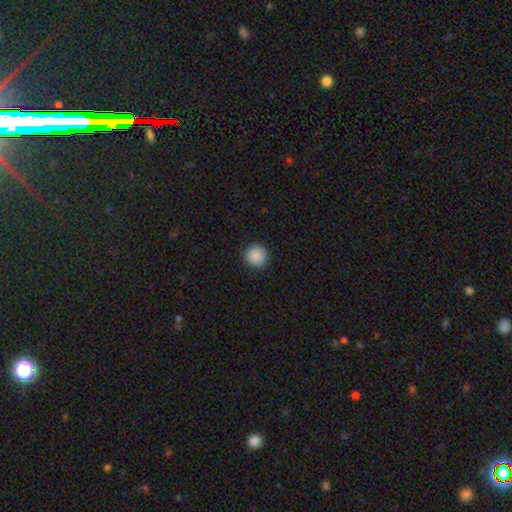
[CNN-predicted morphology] Smooth or featured? smooth (88%)
How rounded? round (93%)
Merging? none (88%)